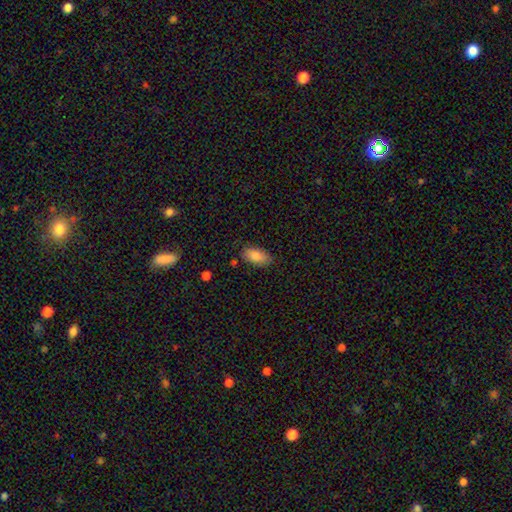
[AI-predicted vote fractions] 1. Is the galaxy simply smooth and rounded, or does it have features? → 84% smooth, 9% featured or disk, 7% star or artifact.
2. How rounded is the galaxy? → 92% in between, 5% cigar-shaped, 3% round.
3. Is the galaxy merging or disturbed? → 81% none, 14% minor disturbance, 3% major disturbance, 2% merger.